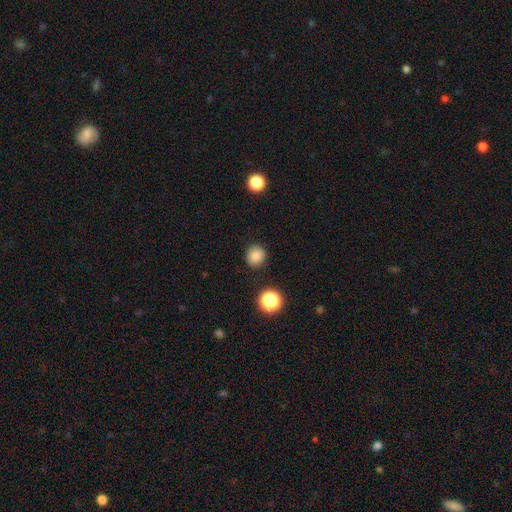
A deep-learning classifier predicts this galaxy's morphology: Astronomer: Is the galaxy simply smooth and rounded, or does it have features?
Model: smooth — 83%.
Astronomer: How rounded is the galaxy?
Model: round — 89%.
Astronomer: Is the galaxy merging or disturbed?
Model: none — 89%.